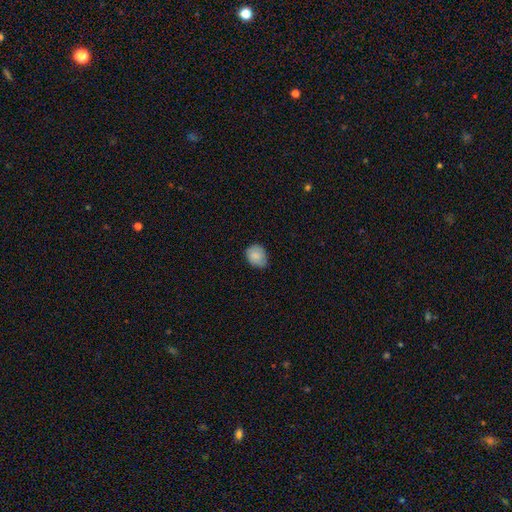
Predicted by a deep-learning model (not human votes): smooth-or-featured: smooth: 79% | featured or disk: 14% | star or artifact: 7%
  how-rounded: round: 51% | in between: 48% | cigar-shaped: 1%
  merging: none: 65% | minor disturbance: 29% | major disturbance: 5% | merger: 1%